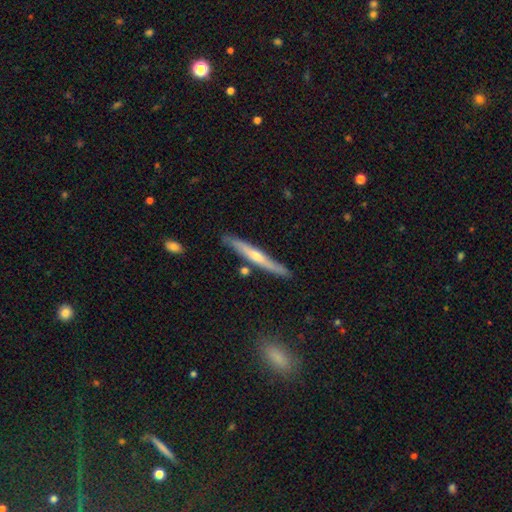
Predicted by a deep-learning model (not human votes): Q: Smooth or featured?
A: featured or disk (67%); runner-up: smooth (25%)
Q: Edge-on disk?
A: yes (96%); runner-up: no (4%)
Q: Edge-on bulge?
A: rounded (79%); runner-up: none (16%)
Q: Merging?
A: none (87%); runner-up: minor disturbance (9%)